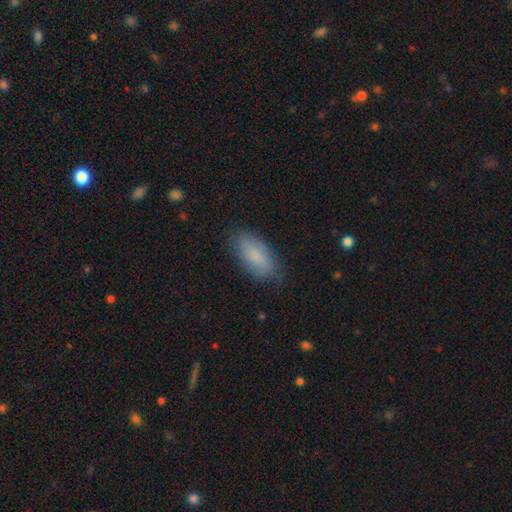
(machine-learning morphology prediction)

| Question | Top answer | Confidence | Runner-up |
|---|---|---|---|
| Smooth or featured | smooth | 82% | featured or disk (12%) |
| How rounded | in between | 85% | cigar-shaped (12%) |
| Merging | none | 80% | minor disturbance (16%) |